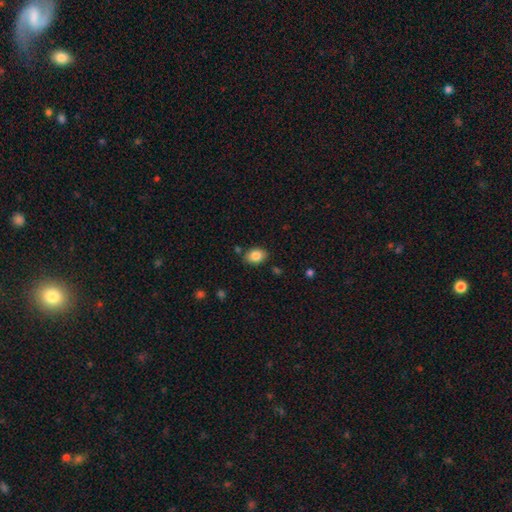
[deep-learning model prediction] Q: Smooth or featured?
A: smooth (85%); runner-up: star or artifact (8%)
Q: How rounded?
A: in between (72%); runner-up: round (27%)
Q: Merging?
A: none (83%); runner-up: minor disturbance (11%)